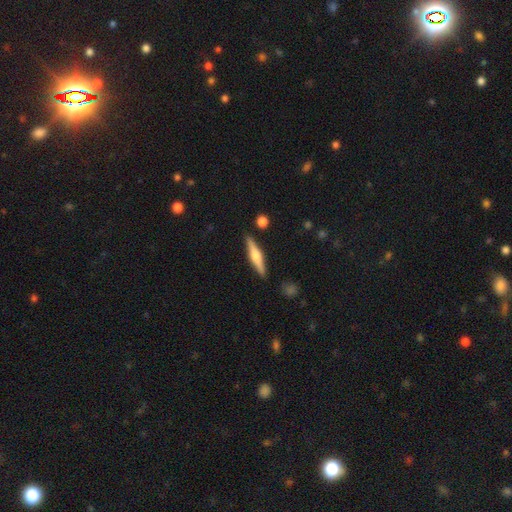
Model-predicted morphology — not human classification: Smooth or featured: featured or disk — 61% (smooth — 33%)
Edge-on disk: yes — 97% (no — 3%)
Edge-on bulge: rounded — 88% (boxy — 8%)
Merging: none — 90% (minor disturbance — 7%)